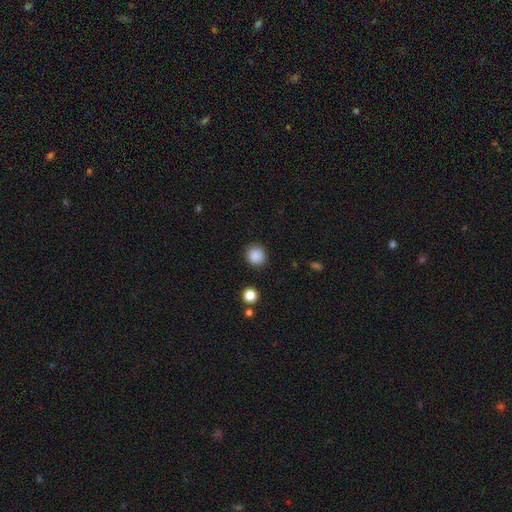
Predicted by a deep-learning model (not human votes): Q: Smooth or featured?
A: smooth (88%); runner-up: star or artifact (10%)
Q: How rounded?
A: round (90%); runner-up: in between (9%)
Q: Merging?
A: none (88%); runner-up: minor disturbance (8%)